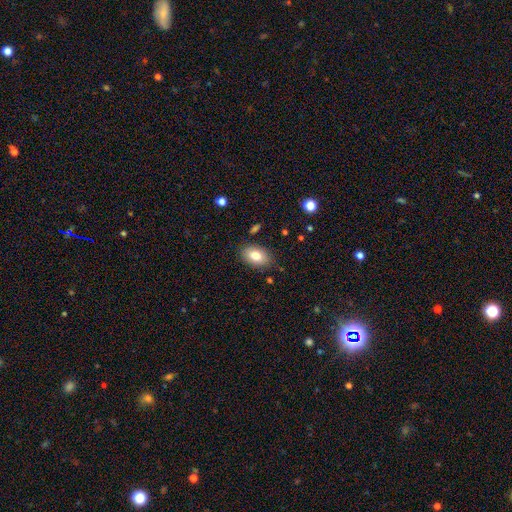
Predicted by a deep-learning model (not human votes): This is clearly a smooth galaxy (81%). How rounded: clearly in between (89%). Merging: clearly none (84%).